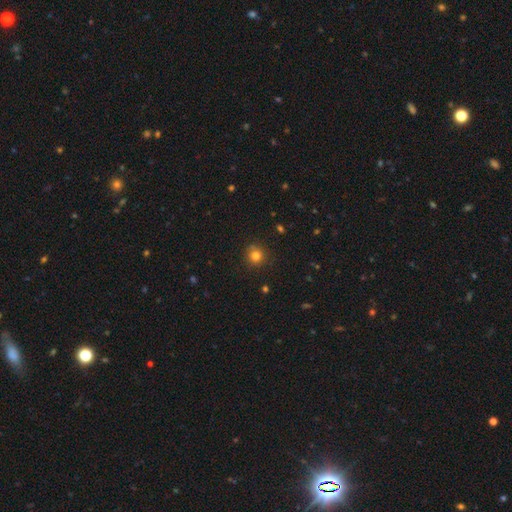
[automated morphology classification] Smooth or featured? smooth (80%)
How rounded? round (93%)
Merging? none (85%)